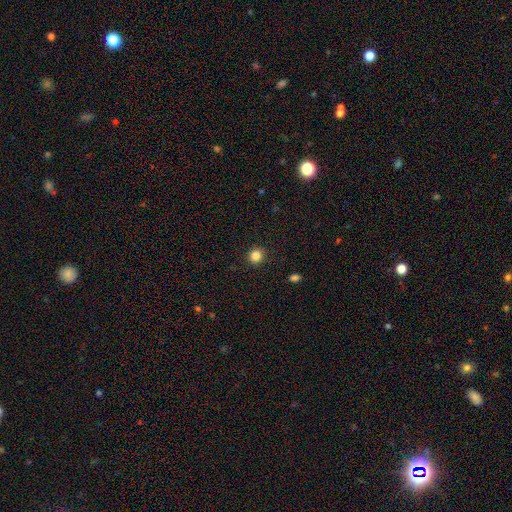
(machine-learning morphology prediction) This is clearly a smooth galaxy (84%). How rounded: clearly round (90%). Merging: clearly none (91%).